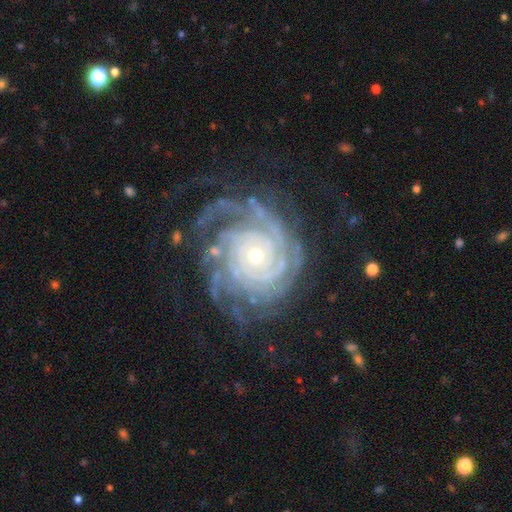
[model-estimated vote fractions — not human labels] Smooth or featured: featured or disk — 91% (star or artifact — 5%)
Edge-on disk: no — 97% (yes — 3%)
Bar: no — 79% (weak — 15%)
Spiral arms: yes — 98% (no — 2%)
Spiral winding: tight — 82% (medium — 16%)
Spiral arm count: 4 — 22% (tied with more than 4 — 22%)
Bulge size: small — 61% (moderate — 35%)
Merging: none — 68% (minor disturbance — 19%)